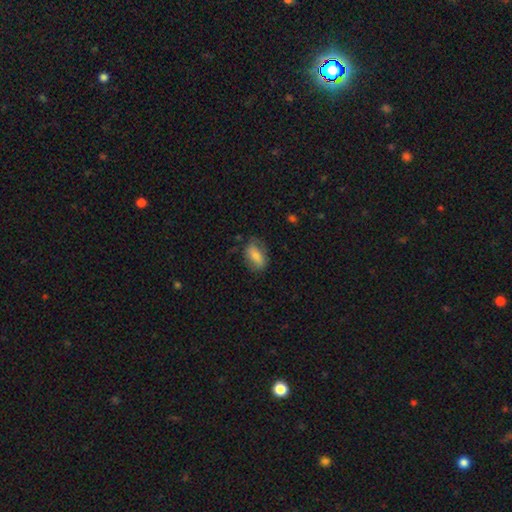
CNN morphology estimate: This is likely a smooth galaxy (73%). How rounded: clearly in between (86%). Merging: likely none (69%).